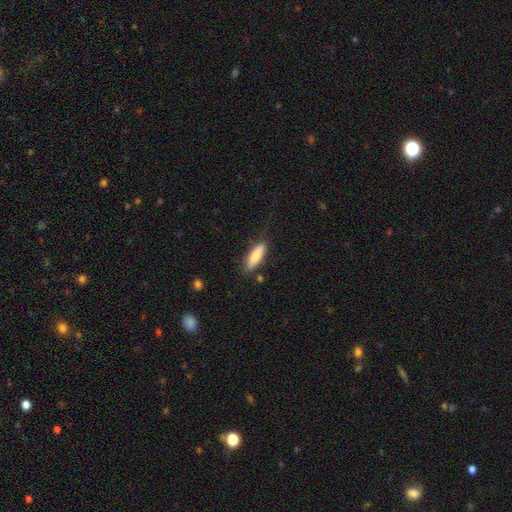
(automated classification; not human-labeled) smooth_or_featured: smooth (p=0.79) [alt: featured or disk p=0.15]
how_rounded: cigar-shaped (p=0.50) [alt: in between p=0.48]
merging: none (p=0.75) [alt: minor disturbance p=0.18]